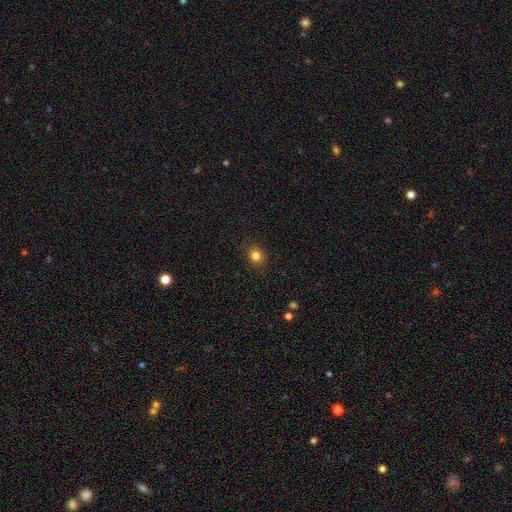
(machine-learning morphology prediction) A smooth galaxy with no disk features (82%) that is round (71%). Merging: none (88%).